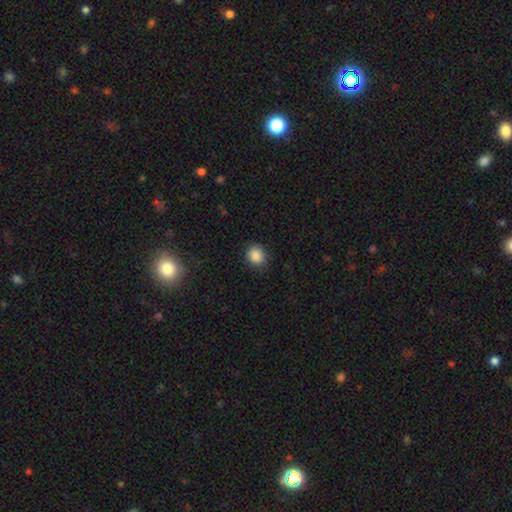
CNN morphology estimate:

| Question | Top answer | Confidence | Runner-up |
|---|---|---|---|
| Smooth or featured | smooth | 87% | star or artifact (10%) |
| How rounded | round | 79% | in between (20%) |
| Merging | none | 86% | minor disturbance (11%) |